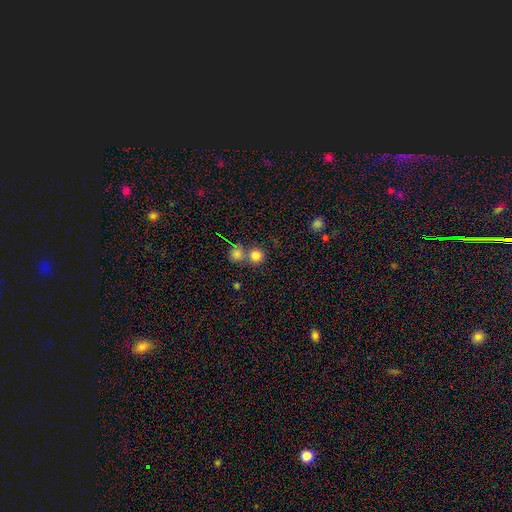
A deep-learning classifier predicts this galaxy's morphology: smooth 82%, star or artifact 12%, featured or disk 7%. Down the decision tree: how rounded — round (91%); merging — none (56%).